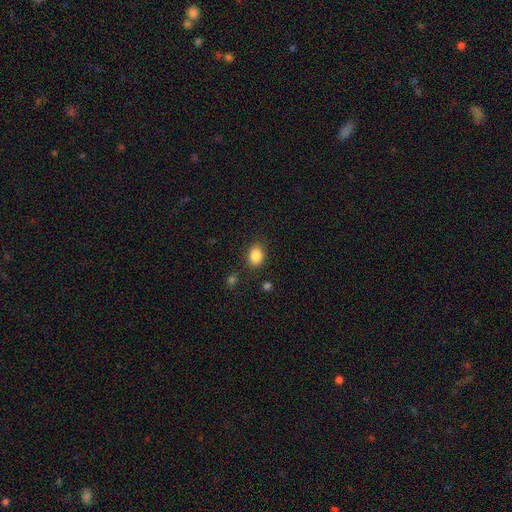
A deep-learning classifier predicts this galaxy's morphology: type=smooth (86%); roundness=in between (71%); merging=none (82%).